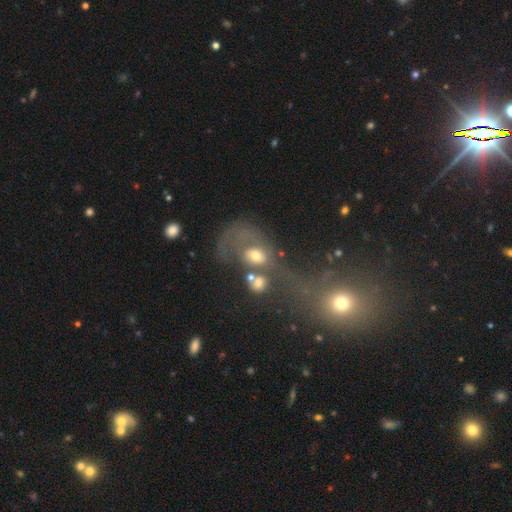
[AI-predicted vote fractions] Smooth or featured? smooth (44%)
Merging? merger (40%)